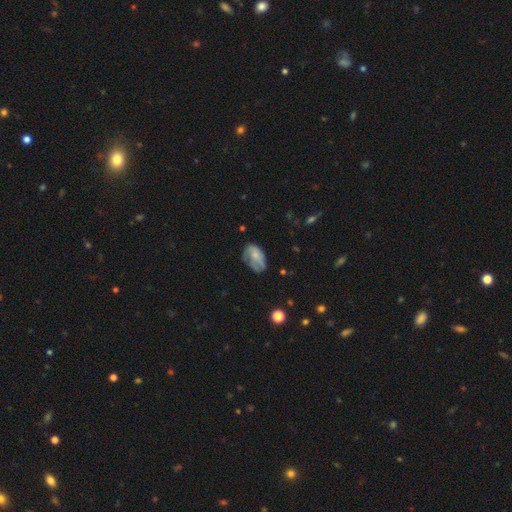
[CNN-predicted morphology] Smooth or featured?
  - smooth: 57% *
  - featured or disk: 35%
  - star or artifact: 8%
How rounded?
  - in between: 87% *
  - round: 11%
  - cigar-shaped: 2%
Merging?
  - none: 44% *
  - minor disturbance: 34%
  - major disturbance: 20%
  - merger: 2%